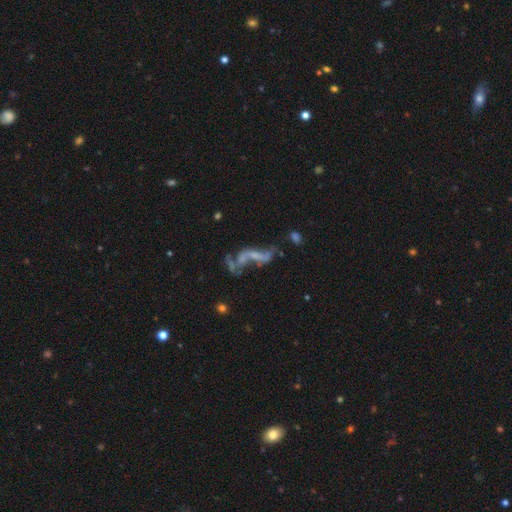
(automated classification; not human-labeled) Smooth or featured? featured or disk (63%)
Edge-on disk? no (92%)
Bar? no (55%)
Spiral arms? no (50%, tied with yes)
Bulge size? none (58%)
Merging? merger (32%, tied with major disturbance)